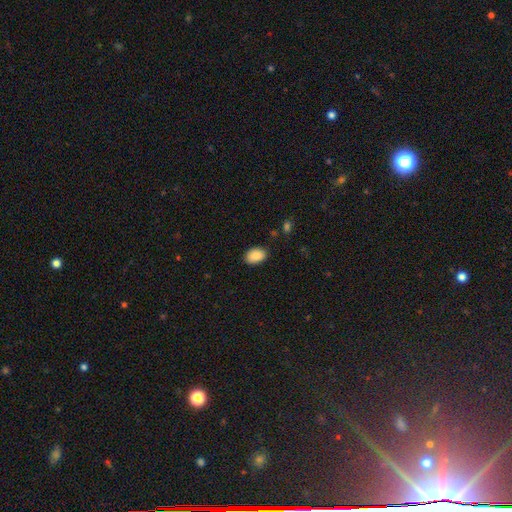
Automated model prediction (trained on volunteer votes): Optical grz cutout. It shows a smooth galaxy with no disk features (89%) that is in between round and cigar-shaped (86%). Merging: none (85%).